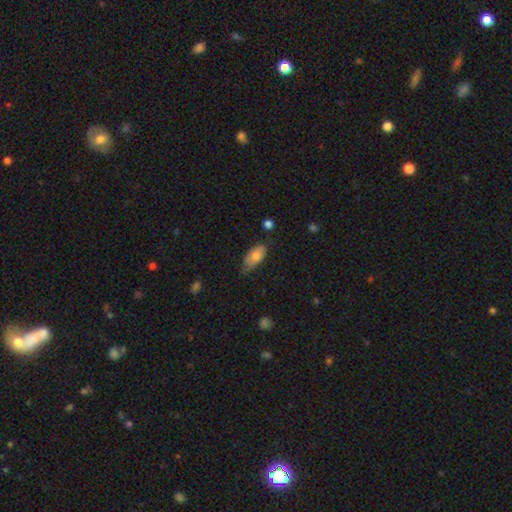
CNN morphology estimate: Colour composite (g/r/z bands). It shows a smooth galaxy with no disk features (78%) that is in between round and cigar-shaped (87%). Merging: none (57%).